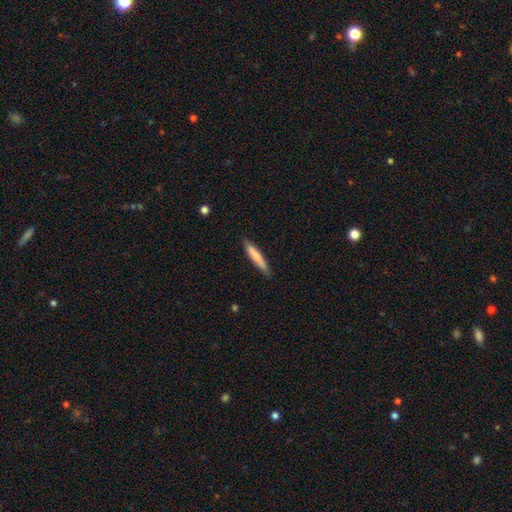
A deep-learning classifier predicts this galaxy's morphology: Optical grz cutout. It shows a smooth galaxy with no disk features (75%) that is cigar-shaped (91%). Merging: none (86%).